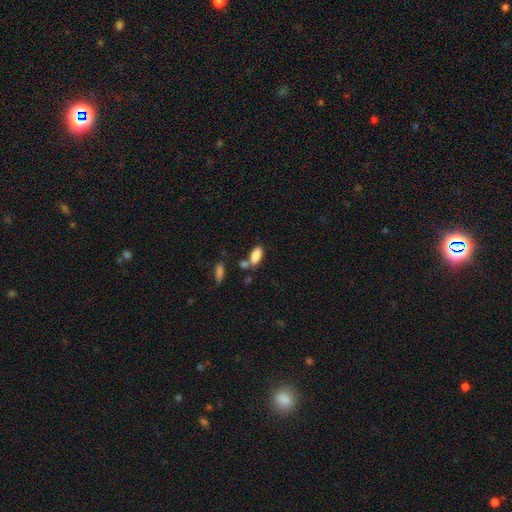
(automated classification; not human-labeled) The model was most divided on "merging": none: 59%, merger: 21%, minor disturbance: 15%, major disturbance: 4%. More confident: smooth or featured — smooth (84%); how rounded — in between (84%).